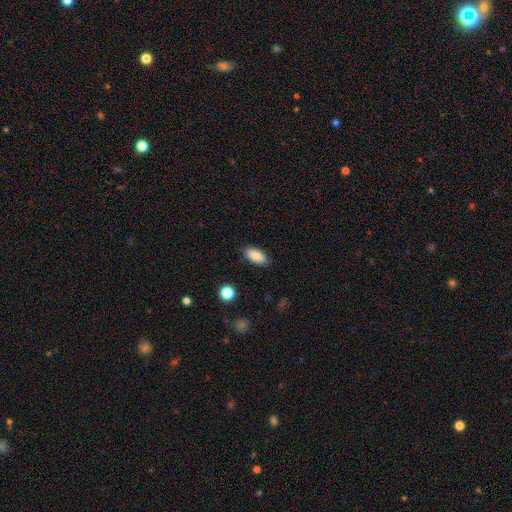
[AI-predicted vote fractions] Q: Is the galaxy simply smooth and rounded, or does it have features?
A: smooth — 87%.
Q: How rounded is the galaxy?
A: in between — 90%.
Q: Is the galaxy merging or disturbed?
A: none — 84%.